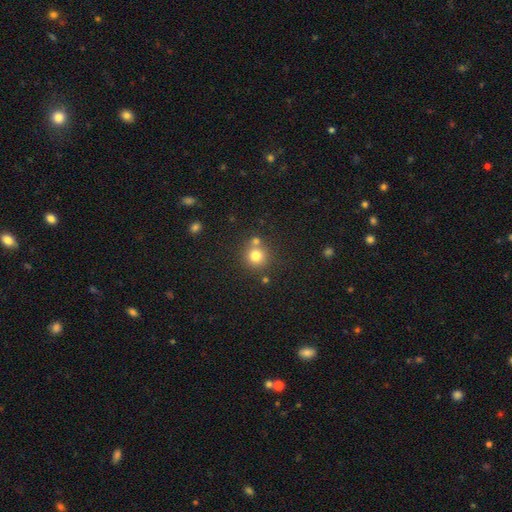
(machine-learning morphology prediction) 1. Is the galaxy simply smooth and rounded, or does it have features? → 79% smooth, 13% star or artifact, 8% featured or disk.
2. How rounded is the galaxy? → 92% round, 7% in between, 1% cigar-shaped.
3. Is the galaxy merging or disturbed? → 69% none, 20% merger, 8% minor disturbance, 3% major disturbance.